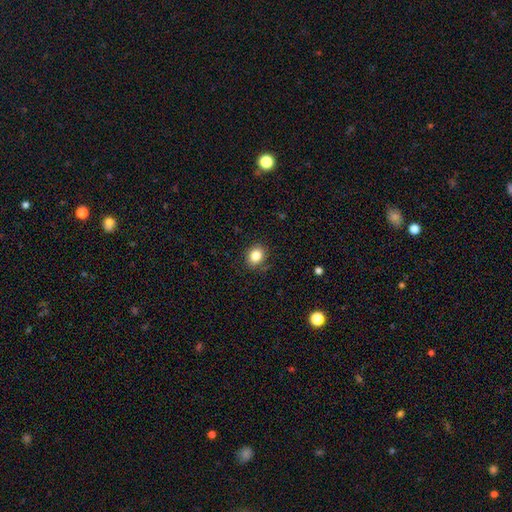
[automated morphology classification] Smooth or featured?
  - smooth: 83% *
  - star or artifact: 10%
  - featured or disk: 6%
How rounded?
  - round: 61% *
  - in between: 38%
  - cigar-shaped: 1%
Merging?
  - none: 85% *
  - minor disturbance: 11%
  - major disturbance: 3%
  - merger: 1%